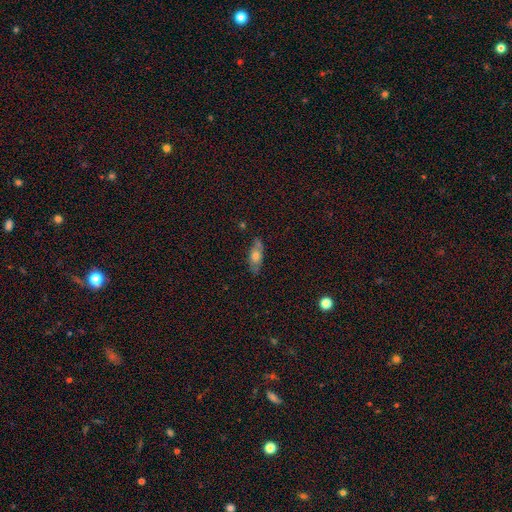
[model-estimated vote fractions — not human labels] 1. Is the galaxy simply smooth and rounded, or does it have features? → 63% smooth, 28% featured or disk, 9% star or artifact.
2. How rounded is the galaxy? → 71% in between, 24% cigar-shaped, 4% round.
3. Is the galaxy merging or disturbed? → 70% none, 20% minor disturbance, 6% merger, 5% major disturbance.